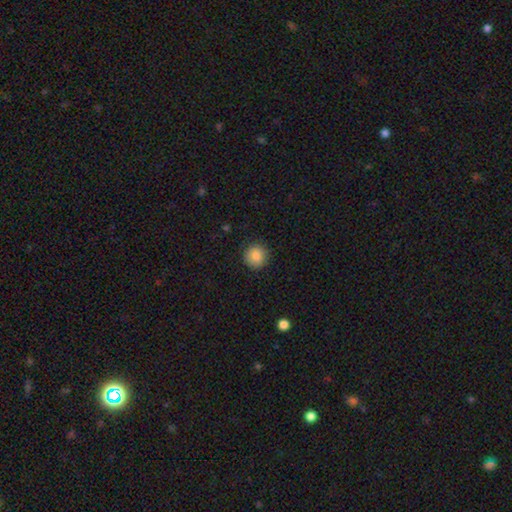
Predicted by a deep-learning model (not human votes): Smooth or featured?
  - smooth: 86% *
  - star or artifact: 9%
  - featured or disk: 5%
How rounded?
  - round: 94% *
  - in between: 5%
  - cigar-shaped: 1%
Merging?
  - none: 89% *
  - minor disturbance: 7%
  - major disturbance: 2%
  - merger: 1%